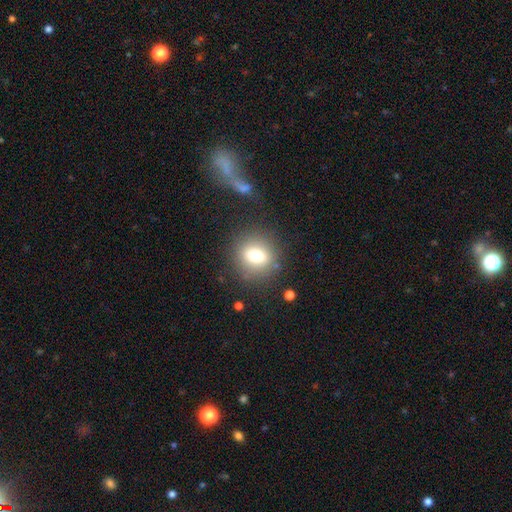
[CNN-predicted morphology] Overall: smooth (72%). How rounded: round (71%). Merging: none (81%).